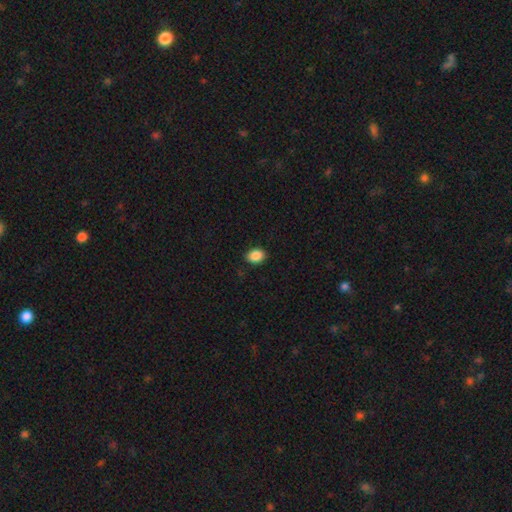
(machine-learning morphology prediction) The model was most divided on "how rounded": in between: 70%, round: 29%, cigar-shaped: 1%. More confident: smooth or featured — smooth (88%); merging — none (88%).